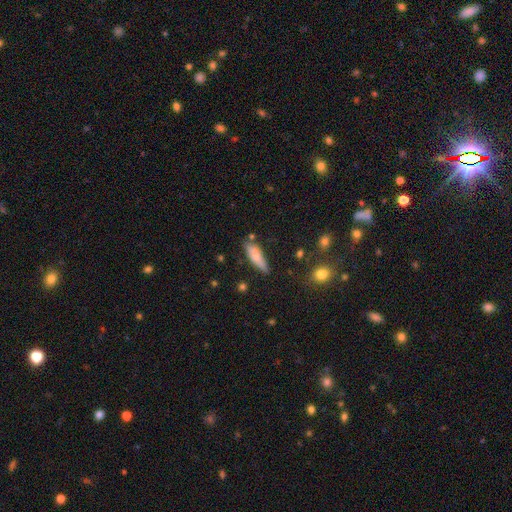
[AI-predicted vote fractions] Smooth or featured? smooth (79%)
How rounded? cigar-shaped (58%)
Merging? none (70%)